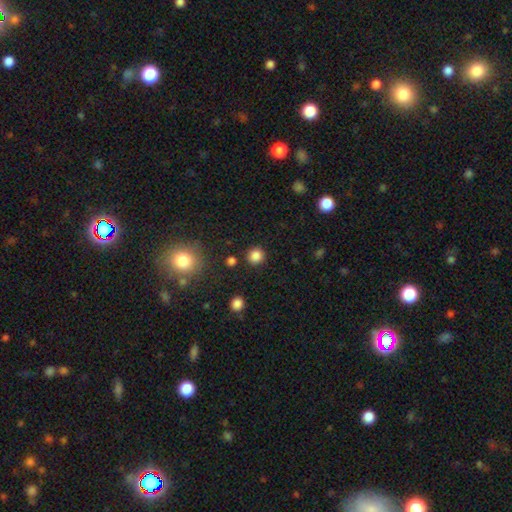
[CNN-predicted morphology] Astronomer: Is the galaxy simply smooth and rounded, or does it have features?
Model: smooth — 84%.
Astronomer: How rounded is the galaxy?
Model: round — 90%.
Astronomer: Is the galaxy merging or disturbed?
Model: none — 88%.